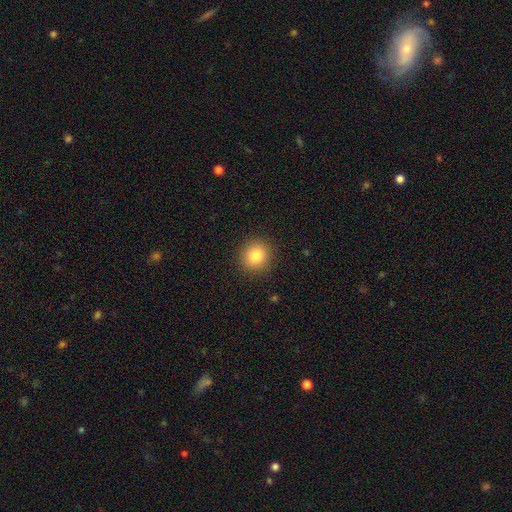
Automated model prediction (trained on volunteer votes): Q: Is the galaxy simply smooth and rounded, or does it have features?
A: smooth — 84%.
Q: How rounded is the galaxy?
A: round — 90%.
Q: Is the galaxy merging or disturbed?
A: none — 91%.